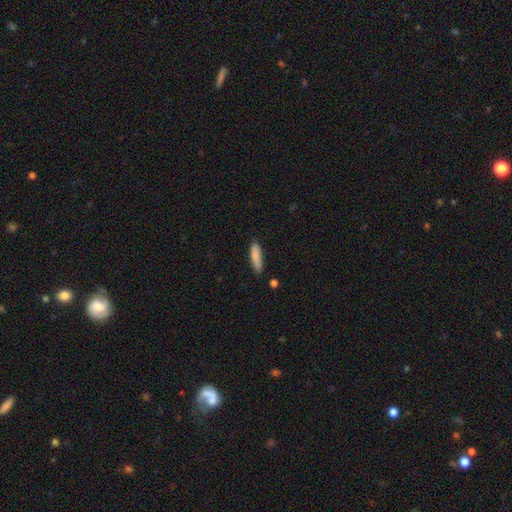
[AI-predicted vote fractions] This is clearly a smooth galaxy (86%). How rounded: likely cigar-shaped (63%). Merging: likely none (79%).